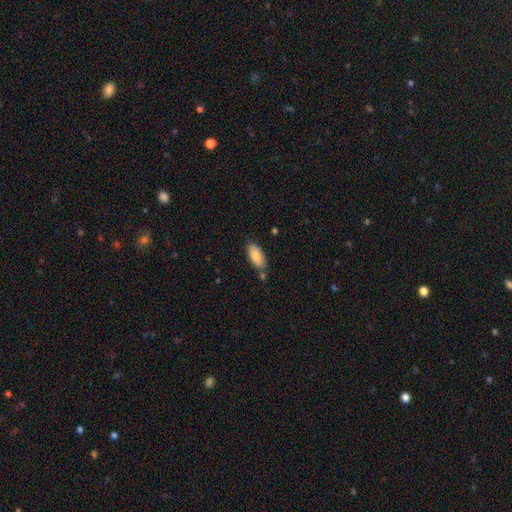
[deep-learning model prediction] Overall: smooth (81%). How rounded: in between (92%). Merging: none (72%).